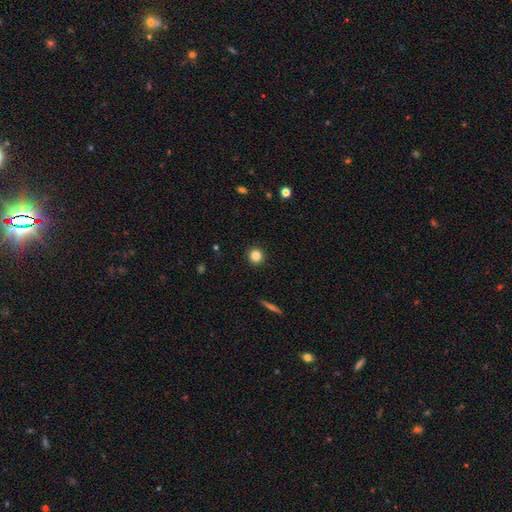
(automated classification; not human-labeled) Smooth or featured? Predicted: smooth (p=0.83). How rounded? Predicted: round (p=0.94). Merging? Predicted: none (p=0.92).